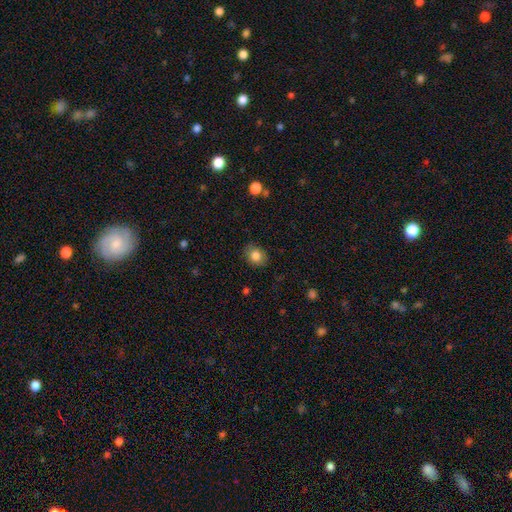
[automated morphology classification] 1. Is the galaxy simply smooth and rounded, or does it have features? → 82% smooth, 9% star or artifact, 8% featured or disk.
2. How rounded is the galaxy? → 52% round, 47% in between, 1% cigar-shaped.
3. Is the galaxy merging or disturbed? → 83% none, 13% minor disturbance, 3% major disturbance, 1% merger.